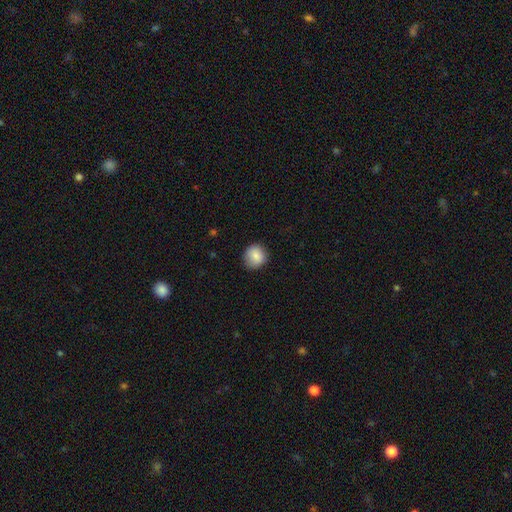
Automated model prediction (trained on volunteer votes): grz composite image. It shows a smooth galaxy with no disk features (85%) that is round (87%). Merging: none (85%).